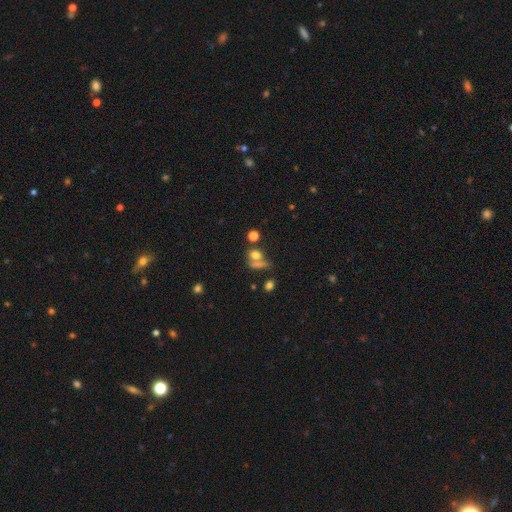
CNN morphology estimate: Overall: smooth (69%). How rounded: round (57%; in between 35%). Merging: none (44%; merger 33%).